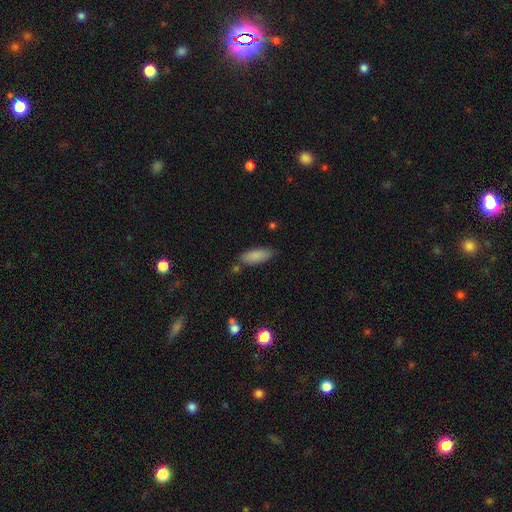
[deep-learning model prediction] Overall: smooth (87%). How rounded: in between (70%). Merging: none (77%).